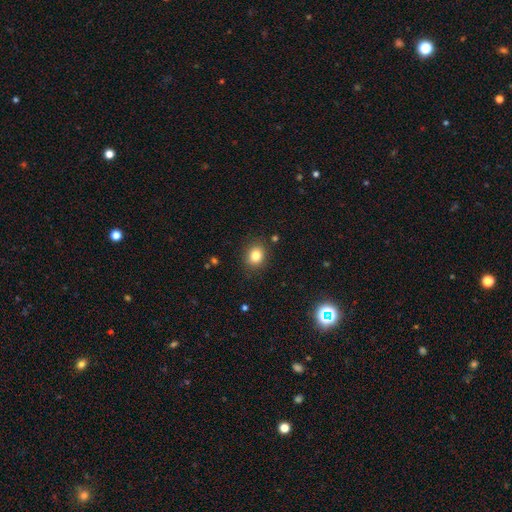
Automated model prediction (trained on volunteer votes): smooth-or-featured: smooth: 82% | star or artifact: 11% | featured or disk: 7%
  how-rounded: round: 65% | in between: 34% | cigar-shaped: 1%
  merging: none: 88% | minor disturbance: 8% | major disturbance: 2% | merger: 2%